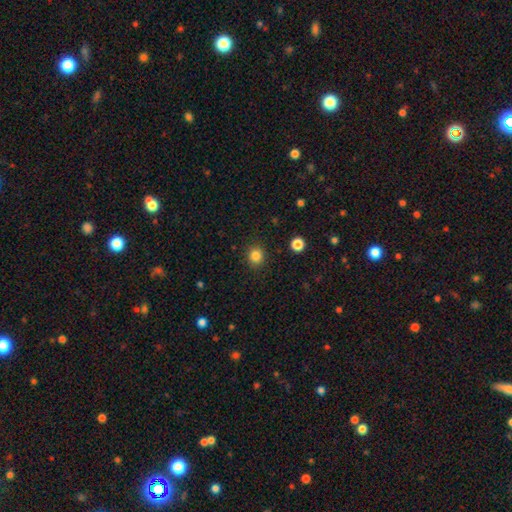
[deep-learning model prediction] A smooth galaxy with no disk features (84%) that is round (88%). Merging: none (90%).